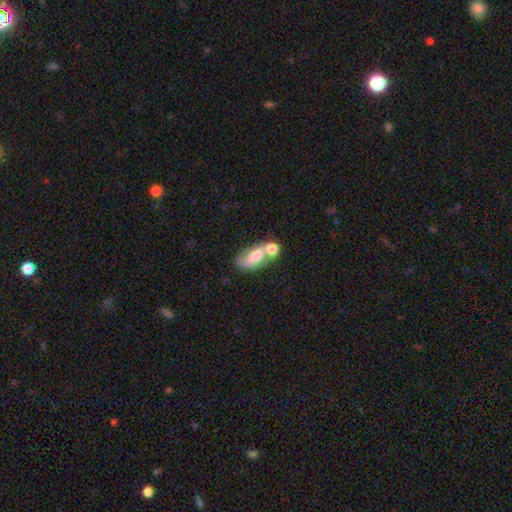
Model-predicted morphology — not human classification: smooth-or-featured: smooth: 51% | featured or disk: 41% | star or artifact: 8%
  how-rounded: in between: 82% | cigar-shaped: 10% | round: 8%
  merging: merger: 56% | none: 26% | minor disturbance: 11% | major disturbance: 7%